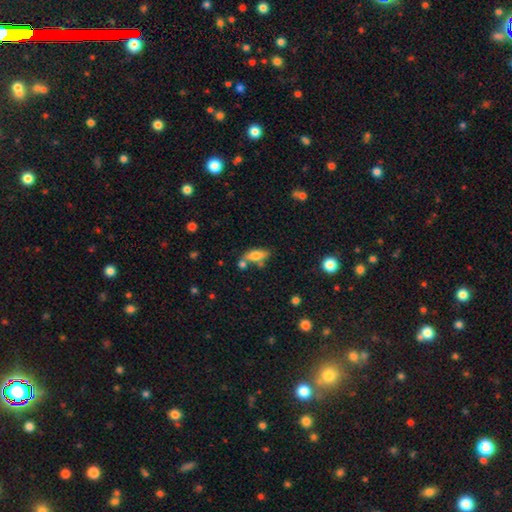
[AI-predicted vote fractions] The model was most divided on "merging": none: 56%, merger: 22%, minor disturbance: 16%, major disturbance: 5%. More confident: how rounded — in between (74%); smooth or featured — smooth (69%).